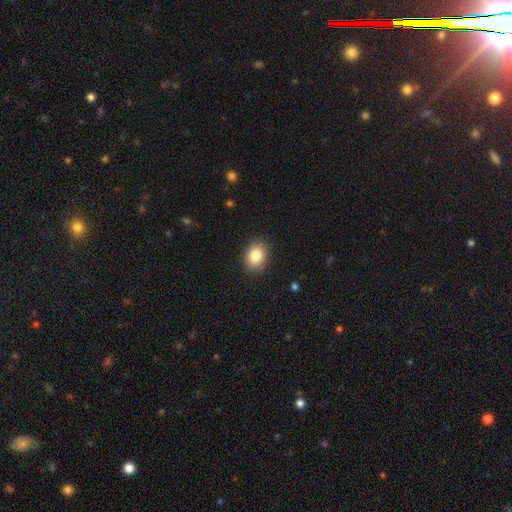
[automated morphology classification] This is clearly a smooth galaxy (85%). How rounded: likely in between (64%). Merging: clearly none (88%).